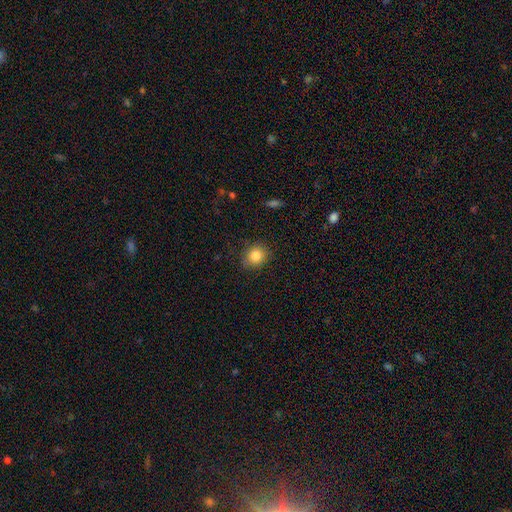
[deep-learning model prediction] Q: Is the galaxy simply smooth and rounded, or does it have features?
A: smooth — 84%.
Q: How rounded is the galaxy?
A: round — 69%.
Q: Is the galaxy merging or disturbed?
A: none — 83%.